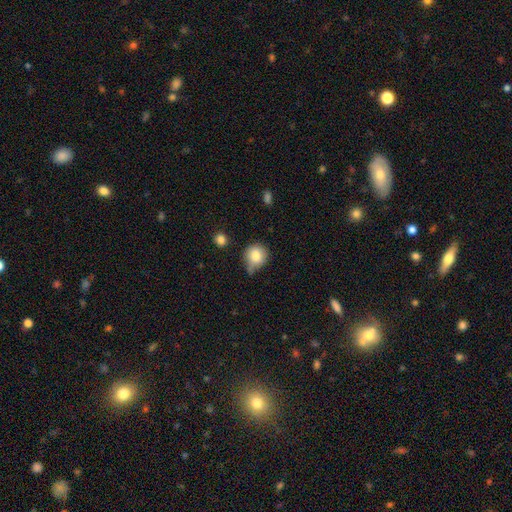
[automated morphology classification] smooth 81%, featured or disk 10%, star or artifact 9%. Down the decision tree: how rounded — round (81%); merging — none (50%).